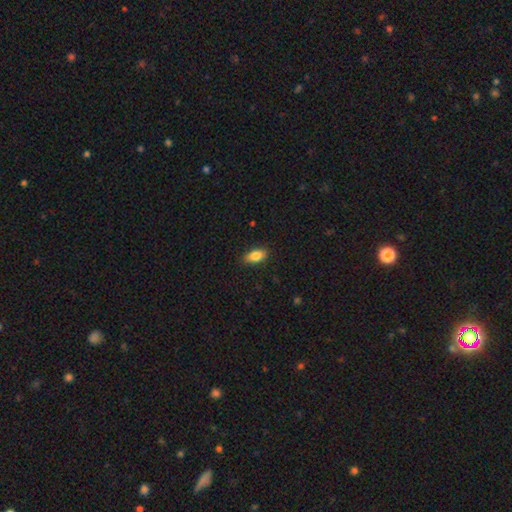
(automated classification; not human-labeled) The model was most divided on "merging": none: 86%, minor disturbance: 11%, major disturbance: 2%, merger: 1%. More confident: how rounded — in between (88%); smooth or featured — smooth (84%).